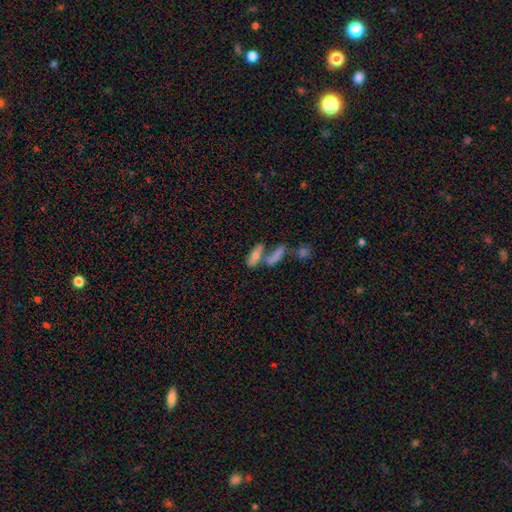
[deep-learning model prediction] Smooth or featured?
  - smooth: 57% *
  - featured or disk: 32%
  - star or artifact: 11%
How rounded?
  - in between: 53% *
  - cigar-shaped: 43%
  - round: 4%
Merging?
  - merger: 44% *
  - none: 38%
  - minor disturbance: 11%
  - major disturbance: 8%